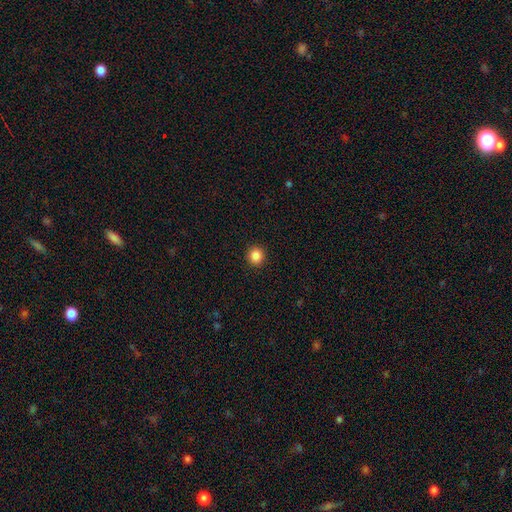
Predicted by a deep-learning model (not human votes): smooth_or_featured: smooth (p=0.87) [alt: star or artifact p=0.10]
how_rounded: round (p=0.90) [alt: in between p=0.09]
merging: none (p=0.92) [alt: minor disturbance p=0.05]